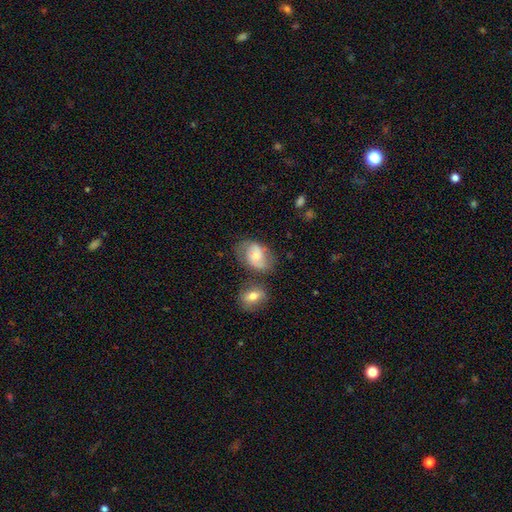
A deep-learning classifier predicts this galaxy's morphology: This is possibly a featured or disk galaxy (48%). Merging: possibly none (55%).